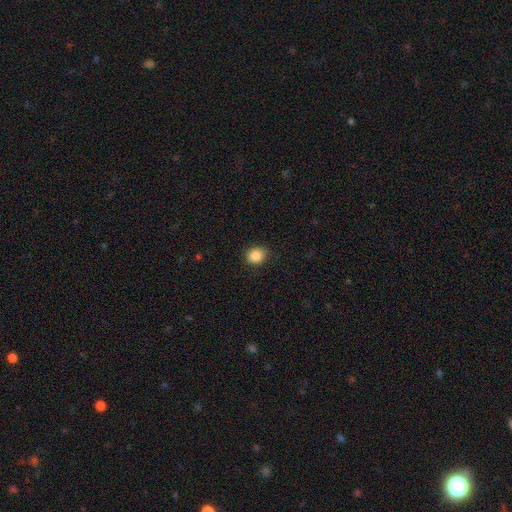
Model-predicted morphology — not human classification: A smooth galaxy with no disk features (86%) that is round (74%).

Vote fractions:
- Smooth or featured? smooth: 86% / star or artifact: 10% / featured or disk: 4%
- How rounded? round: 74% / in between: 26% / cigar-shaped: 1%
- Merging? none: 87% / minor disturbance: 10% / major disturbance: 2% / merger: 1%